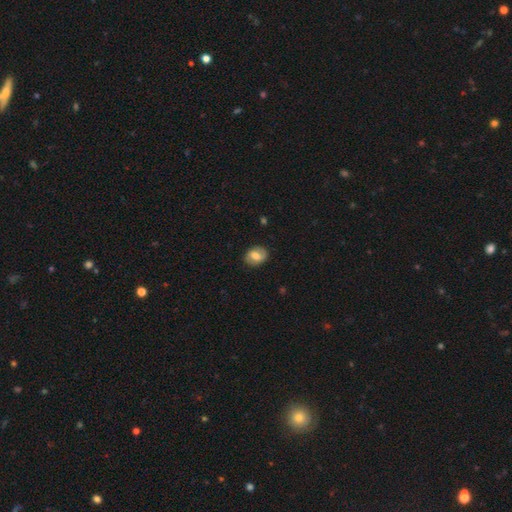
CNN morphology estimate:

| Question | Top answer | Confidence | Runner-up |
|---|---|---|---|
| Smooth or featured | smooth | 56% | featured or disk (37%) |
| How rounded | in between | 62% | round (37%) |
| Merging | none | 83% | minor disturbance (12%) |